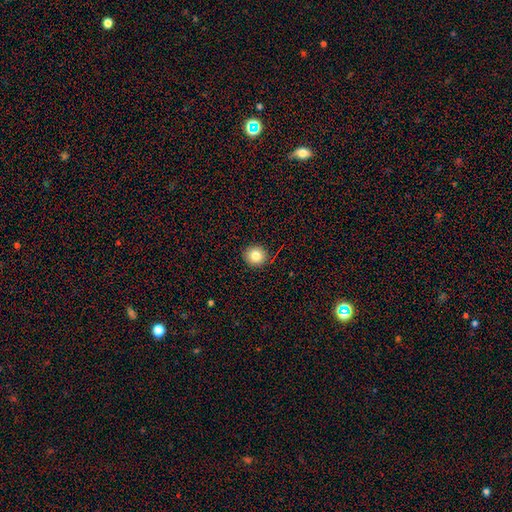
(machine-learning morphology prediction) A smooth galaxy with no disk features (82%) that is round (91%). Merging: none (90%).